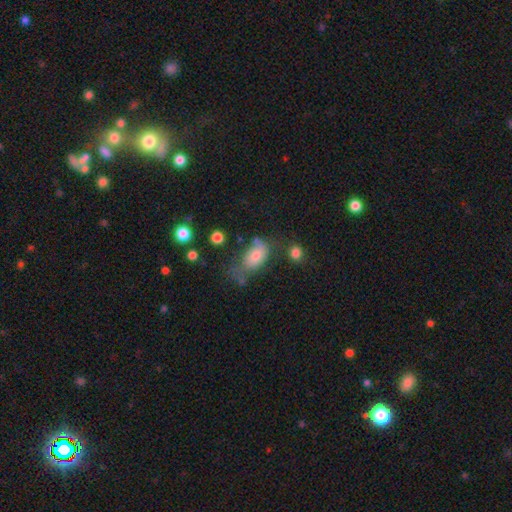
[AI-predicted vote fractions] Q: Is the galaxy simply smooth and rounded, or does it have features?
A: smooth — 73%.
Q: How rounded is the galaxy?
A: in between — 88%.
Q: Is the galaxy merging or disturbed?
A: none — 40%.